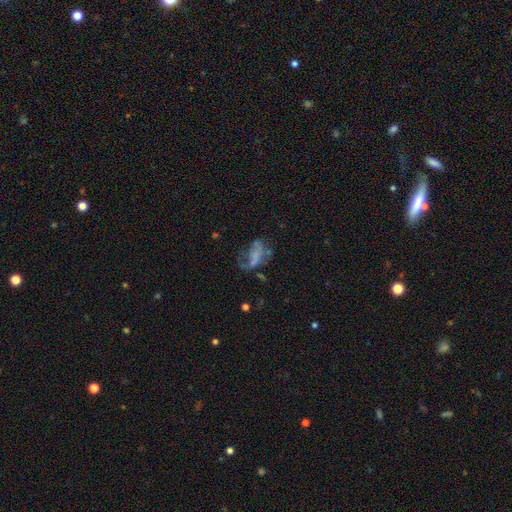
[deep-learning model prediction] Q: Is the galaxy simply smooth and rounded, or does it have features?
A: featured or disk — 43%.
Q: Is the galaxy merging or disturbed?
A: major disturbance — 45%.